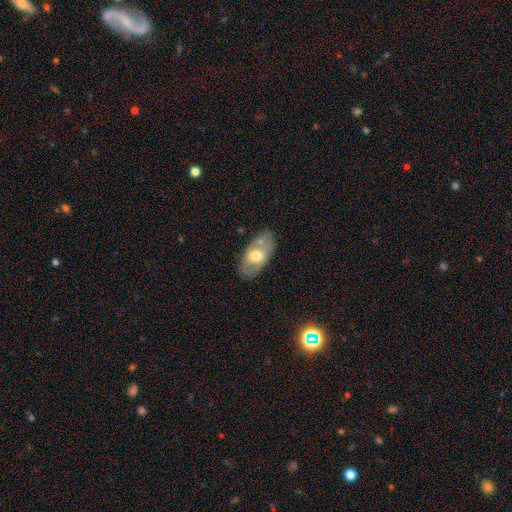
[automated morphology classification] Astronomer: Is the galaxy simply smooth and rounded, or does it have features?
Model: smooth — 49% (runner-up: featured or disk, 45%).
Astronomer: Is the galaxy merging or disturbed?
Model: none — 69%.